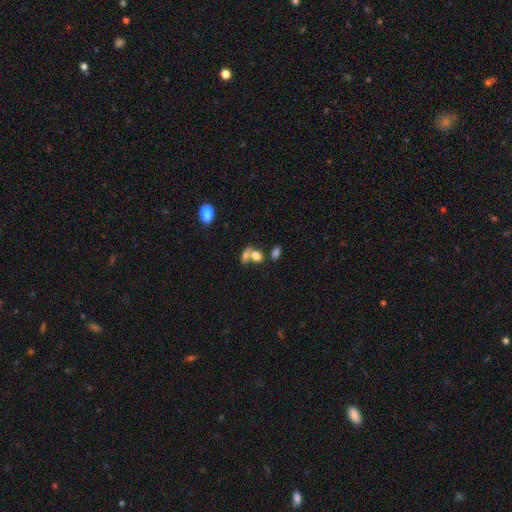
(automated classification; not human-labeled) Smooth or featured? smooth (76%)
How rounded? in between (73%)
Merging? merger (52%)